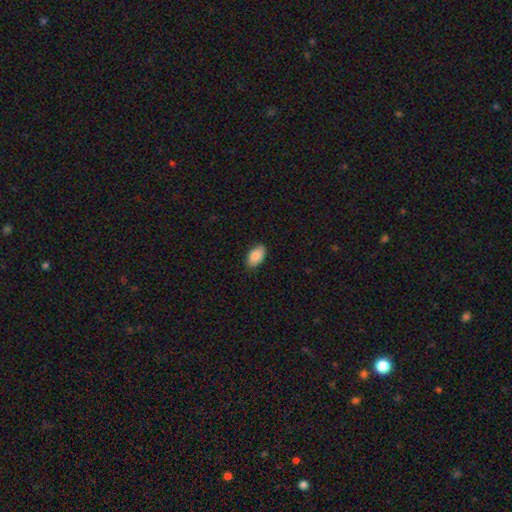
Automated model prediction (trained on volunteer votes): Q: Smooth or featured?
A: smooth (87%); runner-up: star or artifact (6%)
Q: How rounded?
A: in between (94%); runner-up: round (4%)
Q: Merging?
A: none (86%); runner-up: minor disturbance (11%)